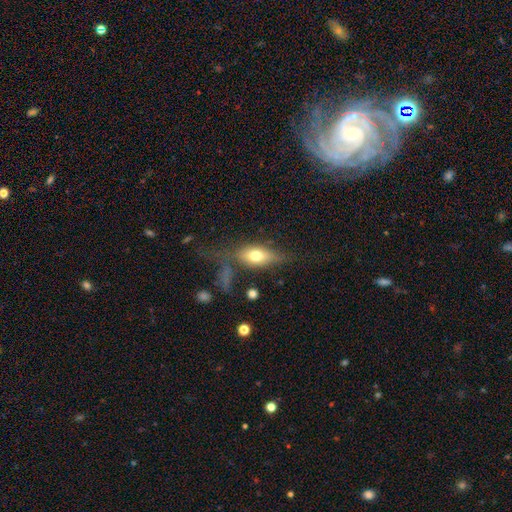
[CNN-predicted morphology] Smooth or featured? smooth (61%)
How rounded? in between (77%)
Merging? none (43%)